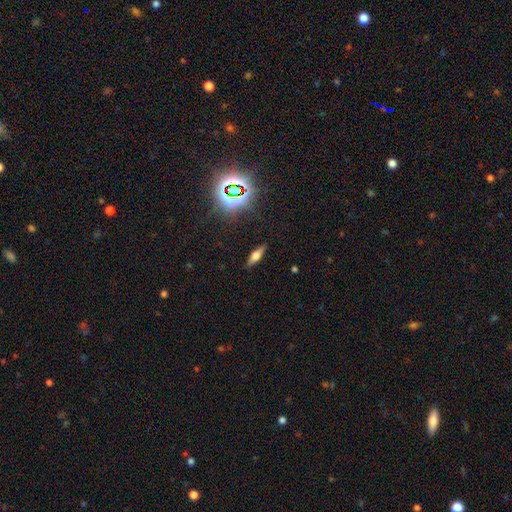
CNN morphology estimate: type=smooth (43%); merging=none (87%).